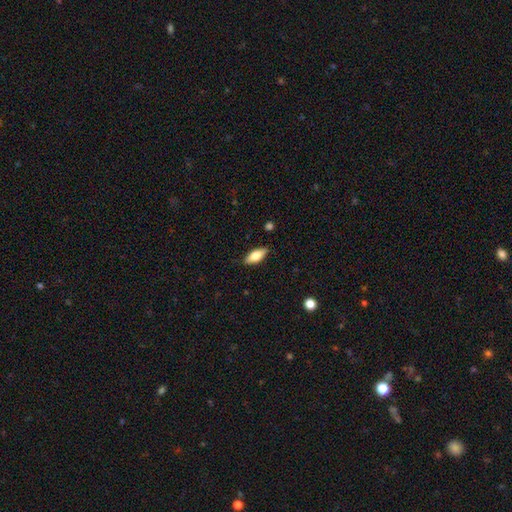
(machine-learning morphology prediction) Q: Smooth or featured?
A: smooth (72%); runner-up: featured or disk (21%)
Q: How rounded?
A: in between (79%); runner-up: cigar-shaped (19%)
Q: Merging?
A: none (86%); runner-up: minor disturbance (10%)